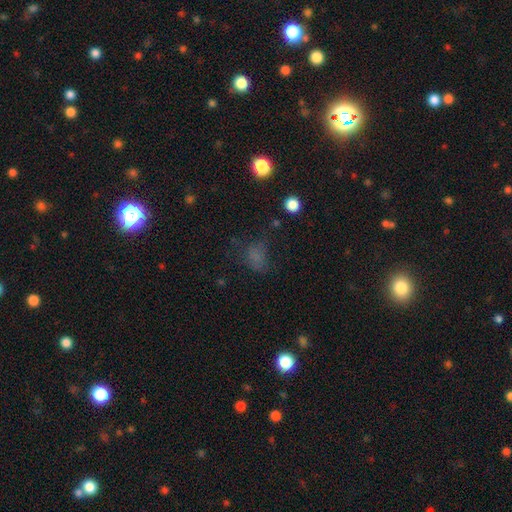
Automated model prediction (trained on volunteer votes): The model was most divided on "how rounded": in between: 59%, round: 39%, cigar-shaped: 2%. More confident: smooth or featured — smooth (61%); merging — none (51%).